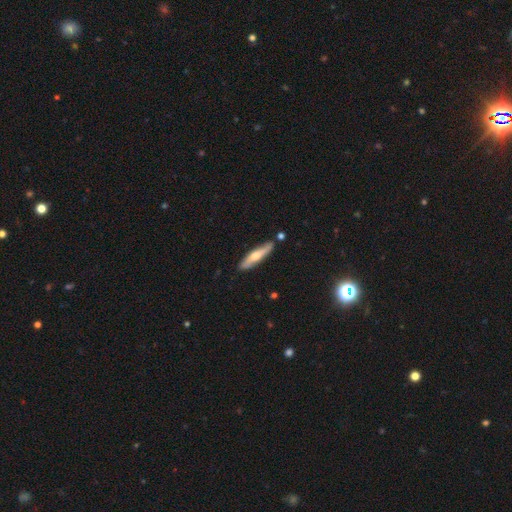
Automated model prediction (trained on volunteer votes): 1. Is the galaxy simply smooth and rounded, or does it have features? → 48% featured or disk, 47% smooth, 5% star or artifact.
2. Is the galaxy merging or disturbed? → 82% none, 12% minor disturbance, 3% merger, 2% major disturbance.